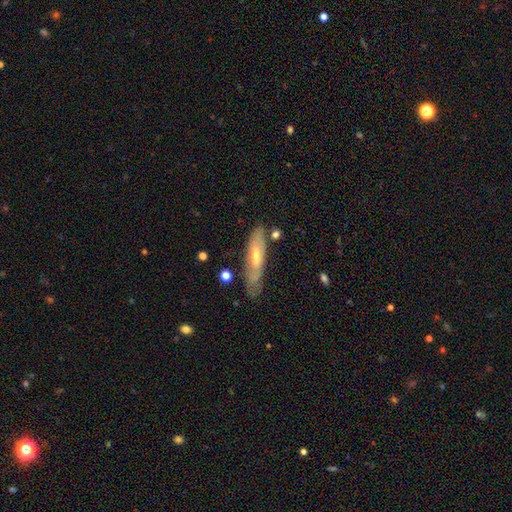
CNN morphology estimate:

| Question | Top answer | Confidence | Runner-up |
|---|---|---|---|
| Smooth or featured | featured or disk | 52% | smooth (41%) |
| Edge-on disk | no | 53% | yes (47%) |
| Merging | none | 65% | minor disturbance (23%) |